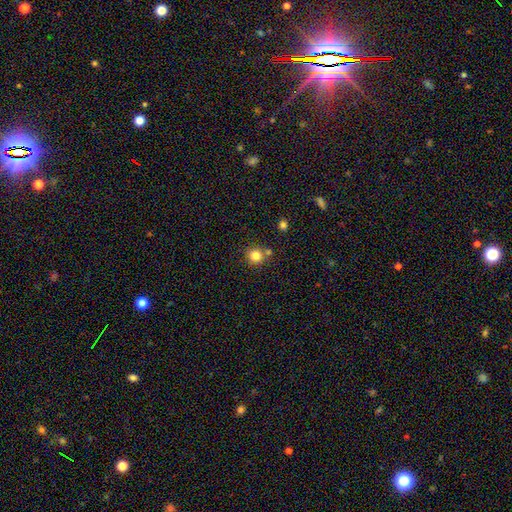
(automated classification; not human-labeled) Q: Smooth or featured?
A: smooth (82%); runner-up: star or artifact (12%)
Q: How rounded?
A: round (90%); runner-up: in between (9%)
Q: Merging?
A: none (74%); runner-up: merger (14%)